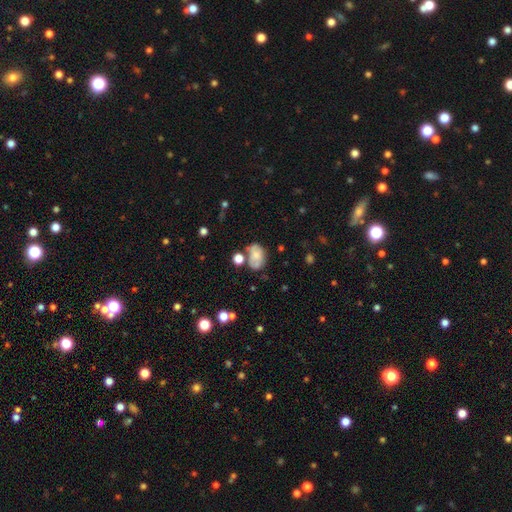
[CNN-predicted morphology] Smooth or featured: smooth — 62% (featured or disk — 28%)
How rounded: in between — 79% (round — 20%)
Merging: none — 44% (minor disturbance — 25%)